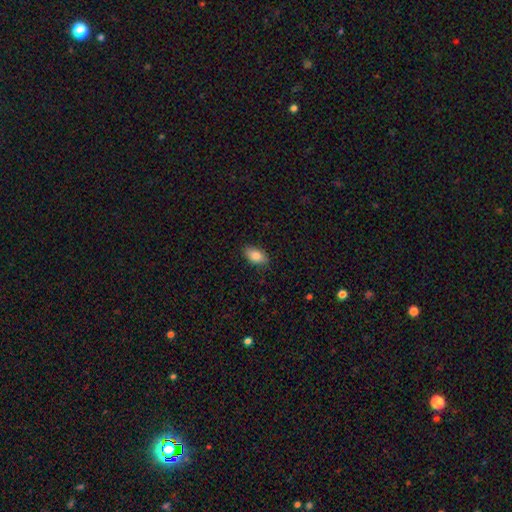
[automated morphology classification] smooth-or-featured: smooth: 83% | featured or disk: 9% | star or artifact: 7%
  how-rounded: in between: 91% | round: 6% | cigar-shaped: 3%
  merging: none: 84% | minor disturbance: 12% | major disturbance: 2% | merger: 1%